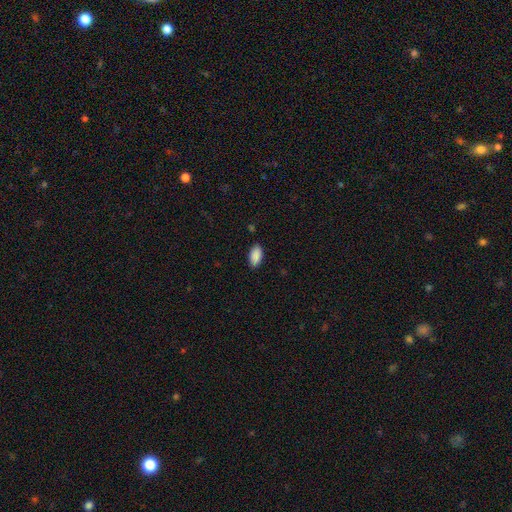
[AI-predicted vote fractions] The model was most divided on "merging": none: 88%, minor disturbance: 9%, major disturbance: 2%, merger: 1%. More confident: how rounded — in between (94%); smooth or featured — smooth (90%).